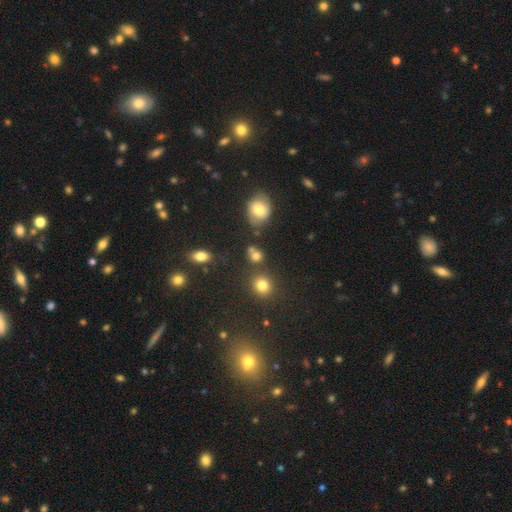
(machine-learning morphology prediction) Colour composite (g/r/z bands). It shows a smooth galaxy with no disk features (76%) that is round (75%). Merging: none (63%).